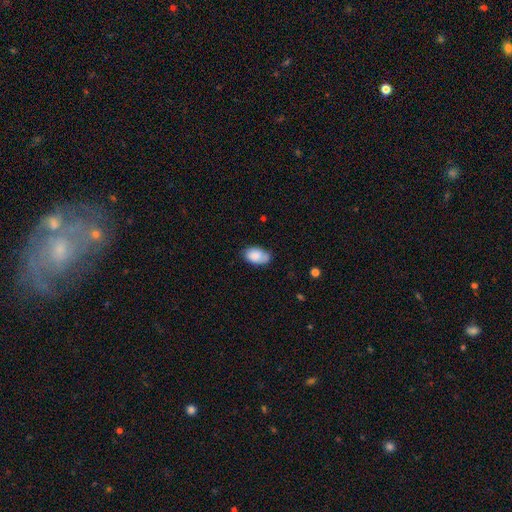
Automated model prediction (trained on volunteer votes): Smooth or featured?
  - smooth: 83% *
  - featured or disk: 10%
  - star or artifact: 7%
How rounded?
  - in between: 92% *
  - round: 6%
  - cigar-shaped: 1%
Merging?
  - none: 63% *
  - minor disturbance: 28%
  - major disturbance: 6%
  - merger: 3%